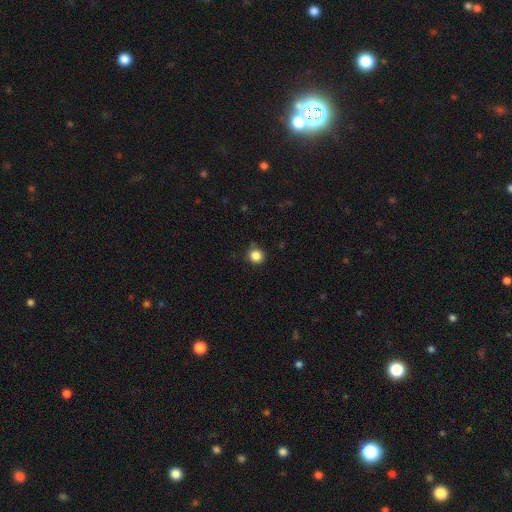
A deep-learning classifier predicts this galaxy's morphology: This is clearly a smooth galaxy (85%). How rounded: clearly round (92%). Merging: clearly none (83%).